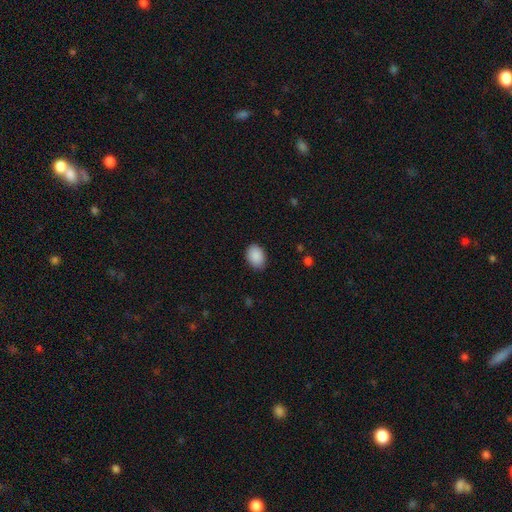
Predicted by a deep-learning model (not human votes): The model was most divided on "how rounded": in between: 78%, round: 21%, cigar-shaped: 1%. More confident: smooth or featured — smooth (90%); merging — none (84%).